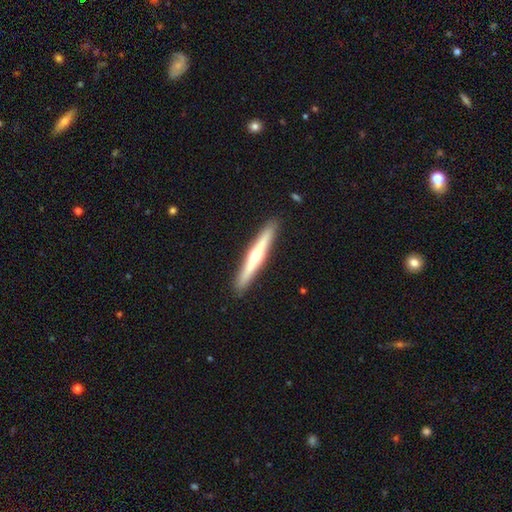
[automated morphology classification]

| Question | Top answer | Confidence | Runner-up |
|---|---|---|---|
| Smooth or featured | featured or disk | 64% | smooth (32%) |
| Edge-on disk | yes | 97% | no (3%) |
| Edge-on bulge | rounded | 88% | none (9%) |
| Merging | none | 92% | minor disturbance (6%) |